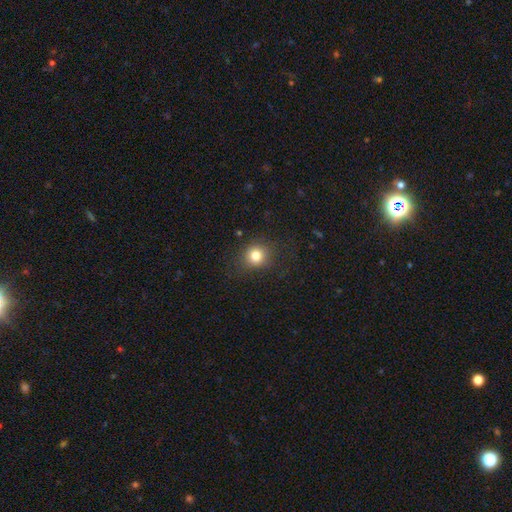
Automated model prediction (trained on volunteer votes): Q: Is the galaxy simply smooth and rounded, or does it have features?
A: smooth — 80%.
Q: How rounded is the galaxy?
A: round — 81%.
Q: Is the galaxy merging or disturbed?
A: none — 84%.